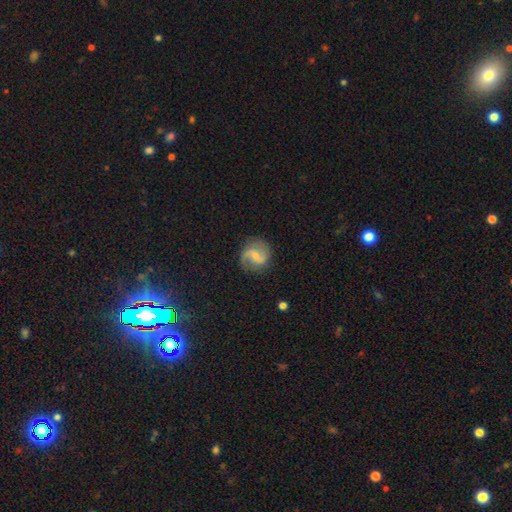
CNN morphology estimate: Smooth or featured?
  - featured or disk: 76% *
  - smooth: 18%
  - star or artifact: 6%
Edge-on disk?
  - no: 98% *
  - yes: 2%
Bar?
  - weak: 56% *
  - strong: 23%
  - no: 21%
Spiral arms?
  - yes: 94% *
  - no: 6%
Spiral winding?
  - loose: 44% *
  - medium: 43%
  - tight: 13%
Spiral arm count?
  - 2: 89% *
  - can't tell: 4%
  - 1: 3%
  - 3: 1%
  - 4: 1%
  - more than 4: 1%
Bulge size?
  - small: 56% *
  - moderate: 29%
  - none: 13%
  - large: 2%
  - dominant: 1%
Merging?
  - none: 79% *
  - minor disturbance: 14%
  - major disturbance: 5%
  - merger: 1%